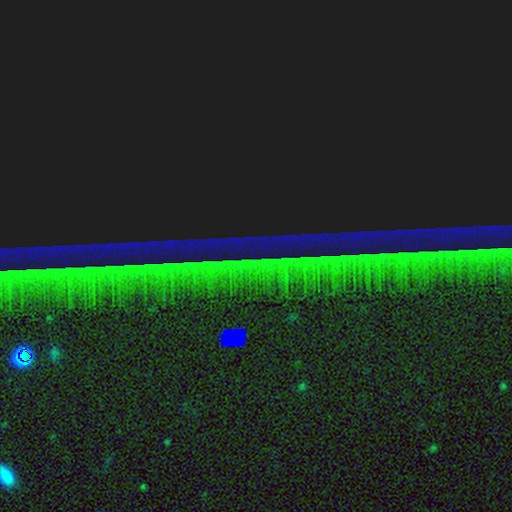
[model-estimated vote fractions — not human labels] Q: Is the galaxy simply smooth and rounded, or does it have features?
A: star or artifact — 88%.